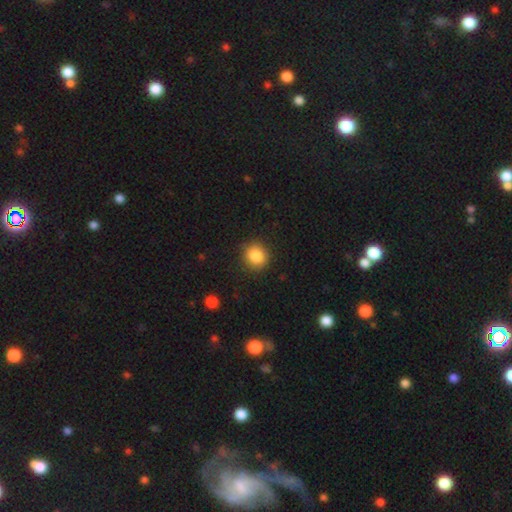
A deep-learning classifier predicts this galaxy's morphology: Smooth or featured? smooth (86%)
How rounded? round (87%)
Merging? none (87%)